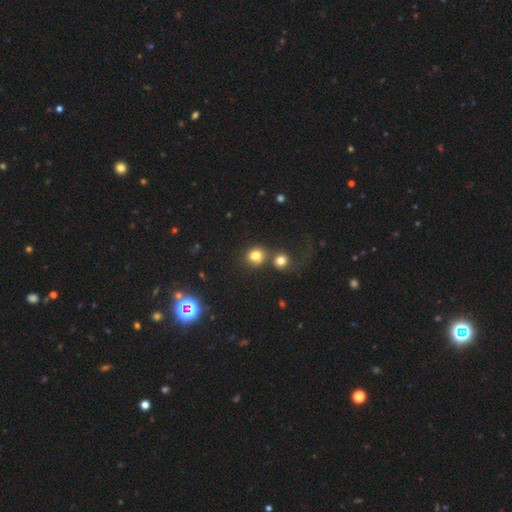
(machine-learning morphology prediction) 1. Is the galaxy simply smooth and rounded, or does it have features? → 76% smooth, 15% star or artifact, 10% featured or disk.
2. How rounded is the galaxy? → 80% round, 19% in between, 1% cigar-shaped.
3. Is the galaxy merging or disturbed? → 56% none, 28% merger, 10% minor disturbance, 6% major disturbance.